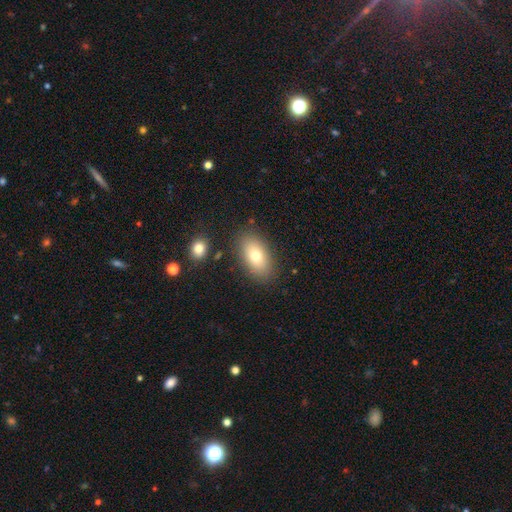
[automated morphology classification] Smooth or featured? smooth (75%)
How rounded? in between (91%)
Merging? none (84%)